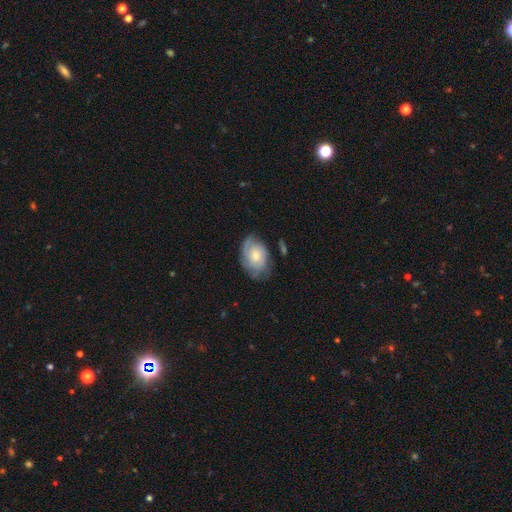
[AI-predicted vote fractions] Smooth or featured? Predicted: featured or disk (p=0.59). Edge-on disk? Predicted: no (p=0.96). Bar? Predicted: no (p=0.78). Spiral arms? Predicted: yes (p=0.85). Bulge size? Predicted: moderate (p=0.56). Merging? Predicted: none (p=0.64).